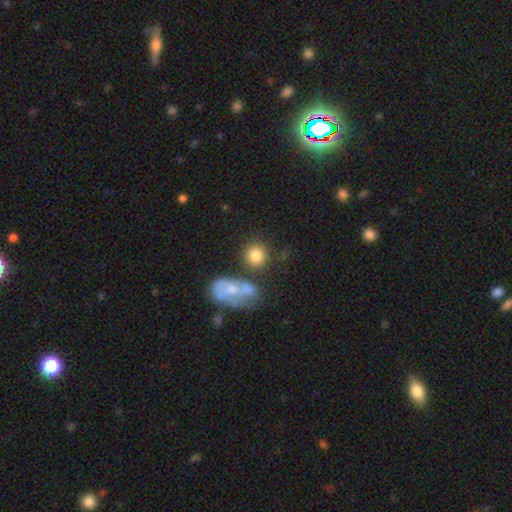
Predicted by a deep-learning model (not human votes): Smooth or featured?
  - smooth: 78% *
  - featured or disk: 13%
  - star or artifact: 9%
How rounded?
  - round: 80% *
  - in between: 18%
  - cigar-shaped: 1%
Merging?
  - none: 60% *
  - merger: 18%
  - minor disturbance: 15%
  - major disturbance: 7%